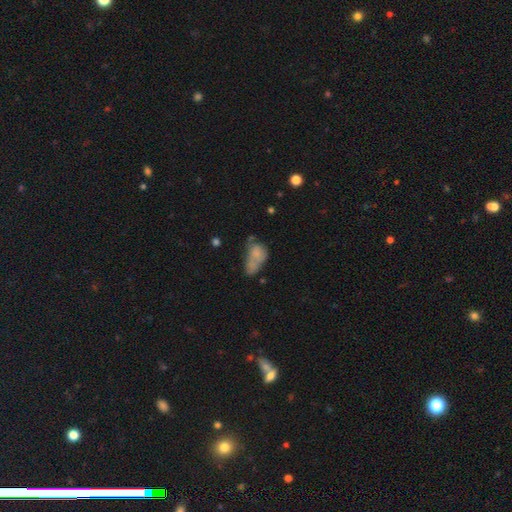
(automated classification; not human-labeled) This appears to be a smooth galaxy with no disk features (65%) that is in between round and cigar-shaped (80%). Merging: merger (39%).